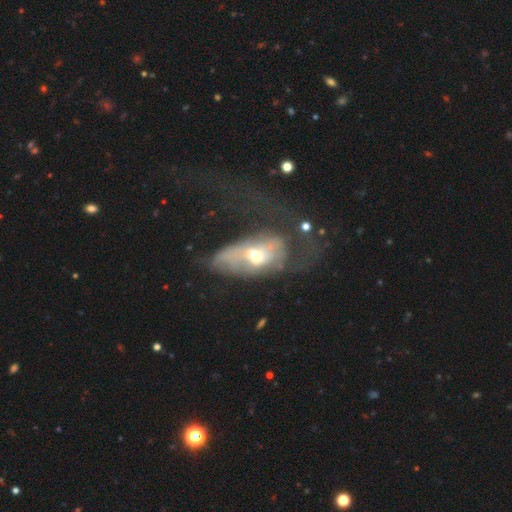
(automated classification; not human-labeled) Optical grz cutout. It shows a featured or disk galaxy (54%). Merging: major disturbance (57%).